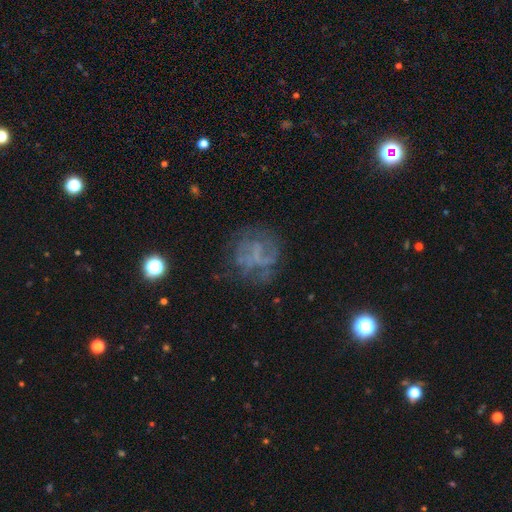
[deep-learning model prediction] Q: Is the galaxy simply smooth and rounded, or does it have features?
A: featured or disk — 57%.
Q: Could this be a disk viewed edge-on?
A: no — 98%.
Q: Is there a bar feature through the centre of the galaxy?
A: no — 72%.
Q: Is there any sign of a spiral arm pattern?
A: no — 55%.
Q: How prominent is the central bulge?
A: none — 75%.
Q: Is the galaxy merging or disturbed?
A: none — 59%.